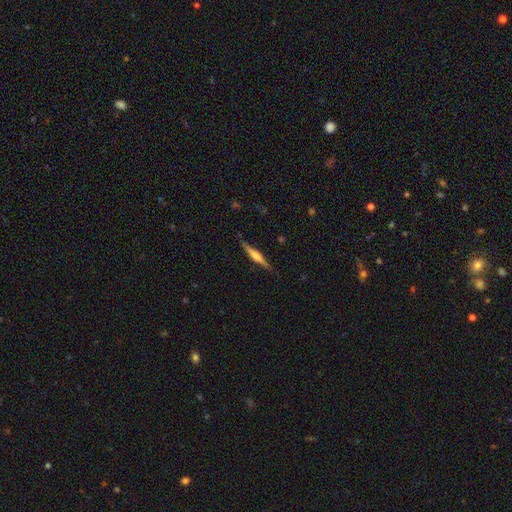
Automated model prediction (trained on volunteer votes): This appears to be a featured or disk galaxy (69%) viewed edge-on (98%) with a rounded central bulge (85%). Merging: none (88%).